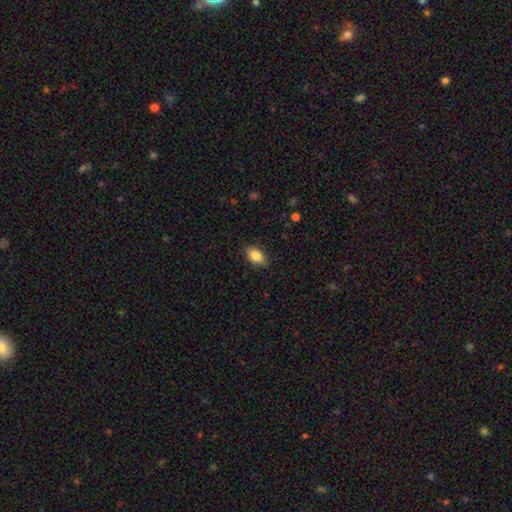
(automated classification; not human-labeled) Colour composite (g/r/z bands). It shows a smooth galaxy with no disk features (85%) that is in between round and cigar-shaped (88%). Merging: none (82%).